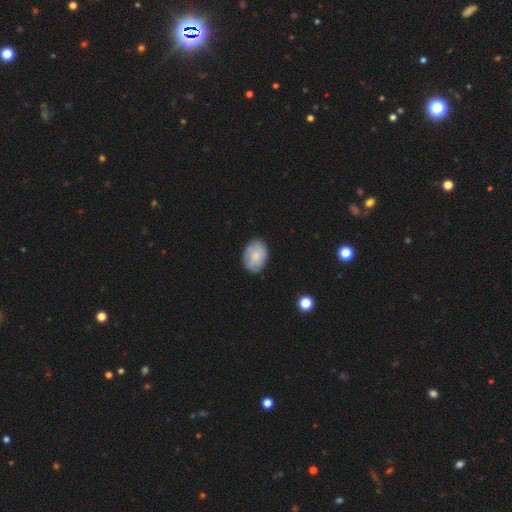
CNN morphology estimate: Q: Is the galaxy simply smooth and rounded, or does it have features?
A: smooth — 67%.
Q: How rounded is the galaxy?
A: in between — 74%.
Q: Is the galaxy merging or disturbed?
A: none — 81%.